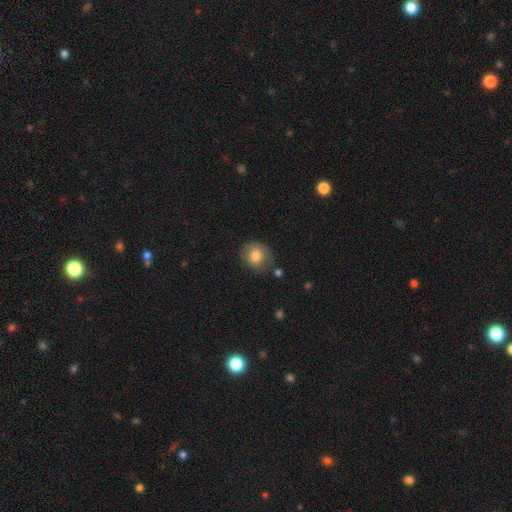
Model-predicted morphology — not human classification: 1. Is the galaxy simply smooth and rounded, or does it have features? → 77% smooth, 15% featured or disk, 8% star or artifact.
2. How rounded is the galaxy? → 75% round, 24% in between, 1% cigar-shaped.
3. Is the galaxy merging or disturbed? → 70% none, 20% minor disturbance, 6% major disturbance, 4% merger.